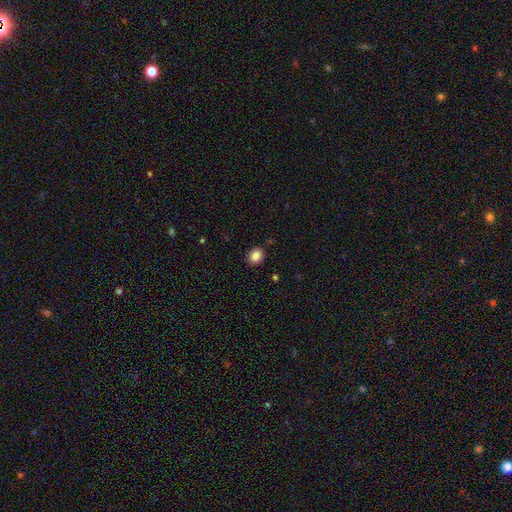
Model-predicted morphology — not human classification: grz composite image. It shows a smooth galaxy with no disk features (86%) that is round (60%). Merging: none (89%).